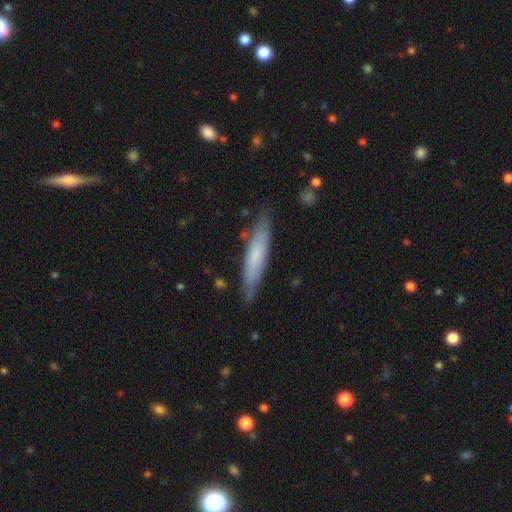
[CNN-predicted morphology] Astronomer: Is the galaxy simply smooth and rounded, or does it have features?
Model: smooth — 66%.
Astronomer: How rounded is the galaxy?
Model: cigar-shaped — 86%.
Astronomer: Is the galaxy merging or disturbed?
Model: none — 83%.